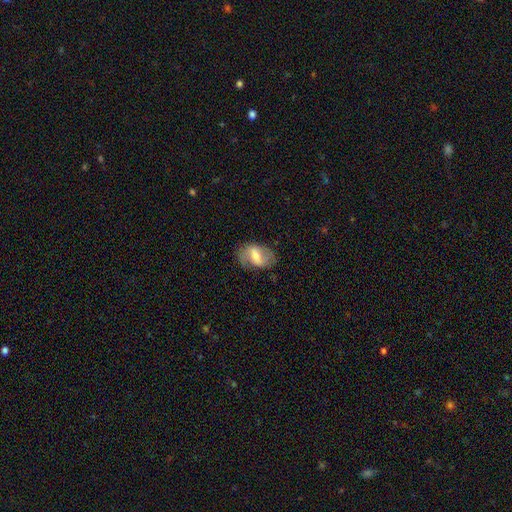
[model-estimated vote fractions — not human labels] The model was most divided on "bar": strong: 44%, weak: 42%, no: 14%. Remaining: edge-on disk — no (95%); spiral arms — yes (73%); merging — none (67%); smooth or featured — featured or disk (59%); bulge size — moderate (49%).